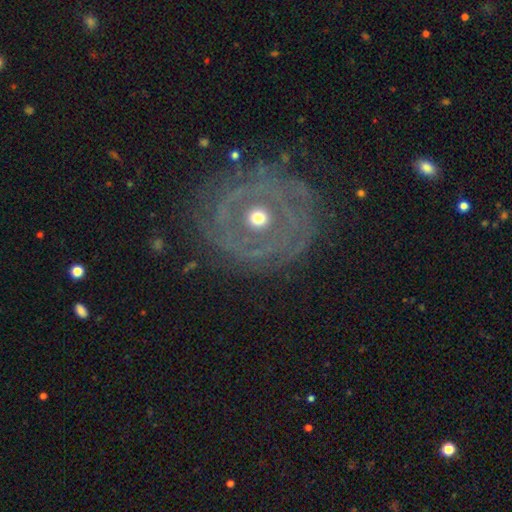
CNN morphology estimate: Smooth or featured? Predicted: featured or disk (p=0.81). Edge-on disk? Predicted: no (p=0.96). Bar? Predicted: no (p=0.77). Spiral arms? Predicted: yes (p=0.72). Spiral winding? Predicted: tight (p=0.79). Spiral arm count? Predicted: can't tell (p=0.40). Bulge size? Predicted: moderate (p=0.64). Merging? Predicted: none (p=0.79).